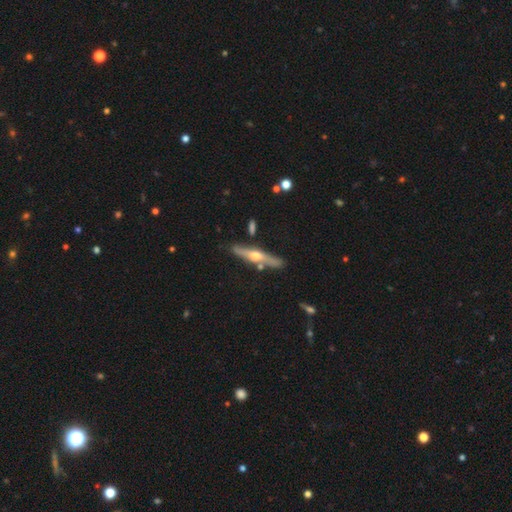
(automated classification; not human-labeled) Morphology: type=featured or disk (69%); edge-on=yes (94%); edge-on bulge=rounded (91%); merging=none (81%).